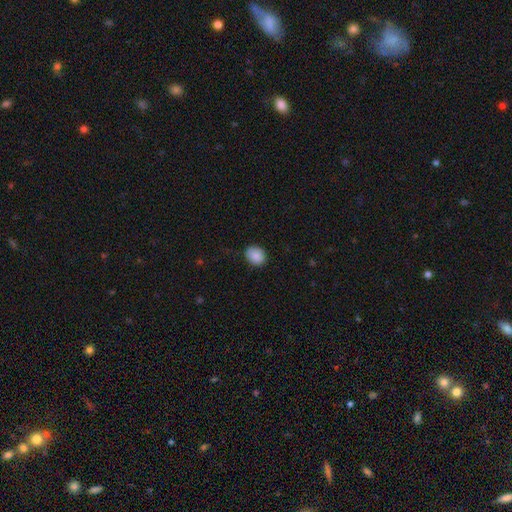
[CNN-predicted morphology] Smooth or featured?
  - smooth: 89% *
  - star or artifact: 8%
  - featured or disk: 3%
How rounded?
  - round: 54% *
  - in between: 45%
  - cigar-shaped: 1%
Merging?
  - none: 82% *
  - minor disturbance: 14%
  - major disturbance: 3%
  - merger: 1%